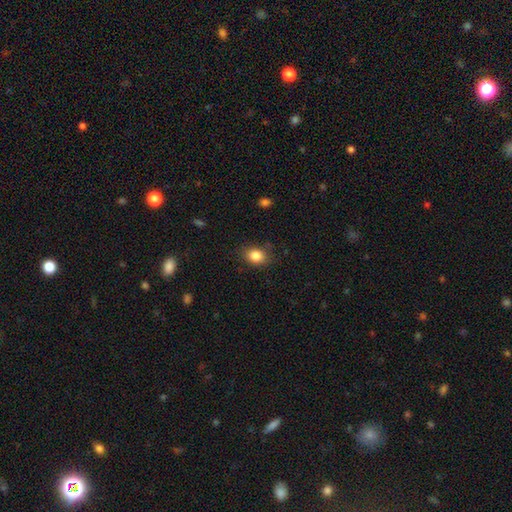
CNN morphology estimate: The model was most divided on "how rounded": in between: 61%, round: 38%, cigar-shaped: 1%. More confident: smooth or featured — smooth (84%); merging — none (82%).